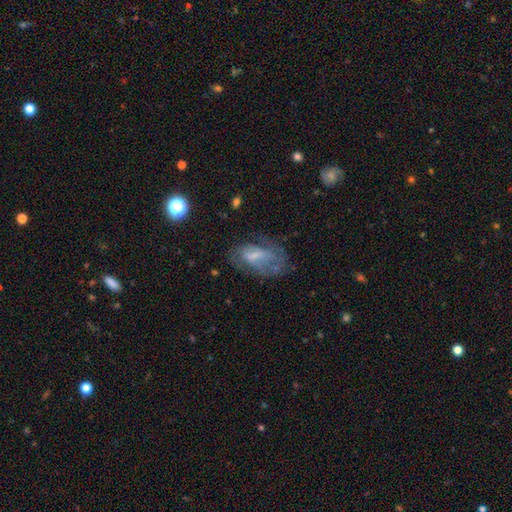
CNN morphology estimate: A featured or disk galaxy (49%).

Vote fractions:
- Smooth or featured? featured or disk: 49% / smooth: 41% / star or artifact: 10%
- Merging? none: 47% / major disturbance: 25% / minor disturbance: 25% / merger: 3%